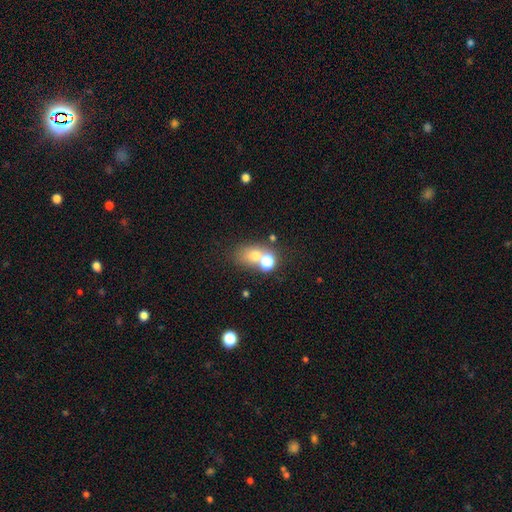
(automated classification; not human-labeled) smooth_or_featured: smooth (p=0.67) [alt: star or artifact p=0.18]
how_rounded: in between (p=0.50) [alt: round p=0.49]
merging: none (p=0.43) [alt: merger p=0.41]